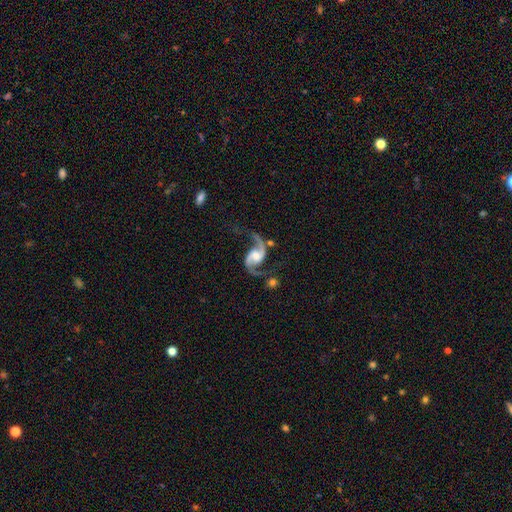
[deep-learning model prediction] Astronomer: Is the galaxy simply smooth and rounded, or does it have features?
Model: featured or disk — 92%.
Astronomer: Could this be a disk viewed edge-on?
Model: no — 98%.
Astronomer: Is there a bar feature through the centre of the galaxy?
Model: weak — 42%, tied with no at 42%.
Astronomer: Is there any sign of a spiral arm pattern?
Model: yes — 98%.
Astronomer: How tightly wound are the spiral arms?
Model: loose — 63%.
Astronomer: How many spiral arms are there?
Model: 2 — 94%.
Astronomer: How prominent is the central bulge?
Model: moderate — 41% (runner-up: small, 25%).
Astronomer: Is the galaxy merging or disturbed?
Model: none — 60%.